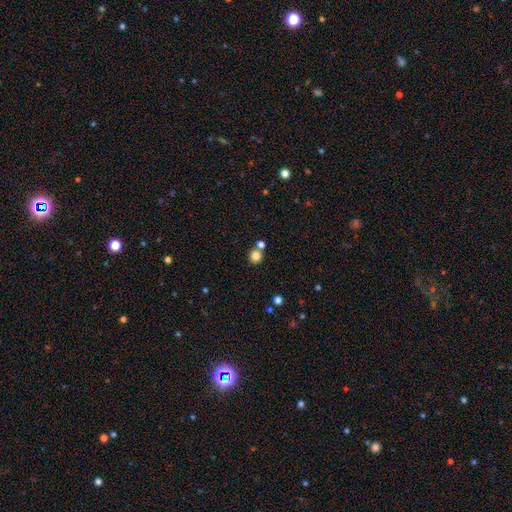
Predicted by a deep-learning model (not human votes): Q: Smooth or featured?
A: smooth (82%); runner-up: star or artifact (12%)
Q: How rounded?
A: round (89%); runner-up: in between (10%)
Q: Merging?
A: none (69%); runner-up: merger (21%)